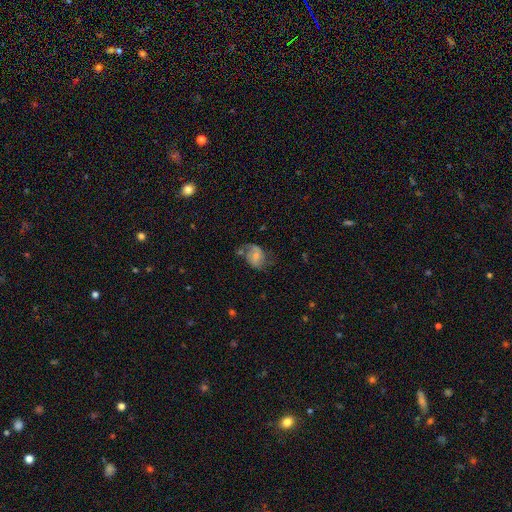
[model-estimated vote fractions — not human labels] Q: Smooth or featured?
A: featured or disk (58%); runner-up: smooth (34%)
Q: Edge-on disk?
A: no (97%); runner-up: yes (3%)
Q: Bar?
A: no (53%); runner-up: weak (38%)
Q: Spiral arms?
A: yes (83%); runner-up: no (17%)
Q: Bulge size?
A: small (47%); runner-up: moderate (44%)
Q: Merging?
A: none (47%); runner-up: minor disturbance (28%)